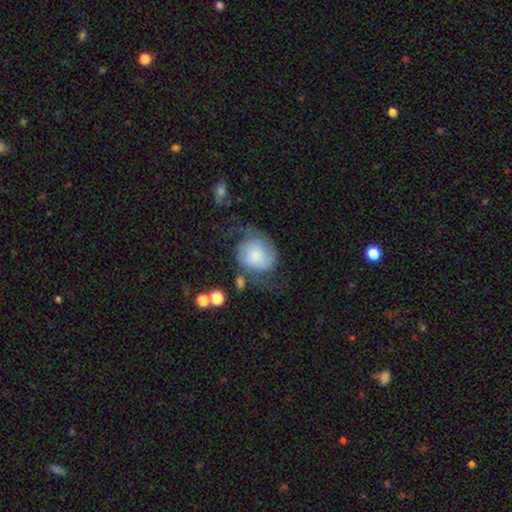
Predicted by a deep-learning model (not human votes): Q: Smooth or featured?
A: featured or disk (73%); runner-up: smooth (20%)
Q: Edge-on disk?
A: no (98%); runner-up: yes (2%)
Q: Bar?
A: no (67%); runner-up: weak (26%)
Q: Spiral arms?
A: yes (95%); runner-up: no (5%)
Q: Spiral winding?
A: loose (46%); runner-up: medium (41%)
Q: Spiral arm count?
A: 2 (92%); runner-up: can't tell (3%)
Q: Bulge size?
A: small (29%); runner-up: none (20%)
Q: Merging?
A: none (57%); runner-up: minor disturbance (20%)